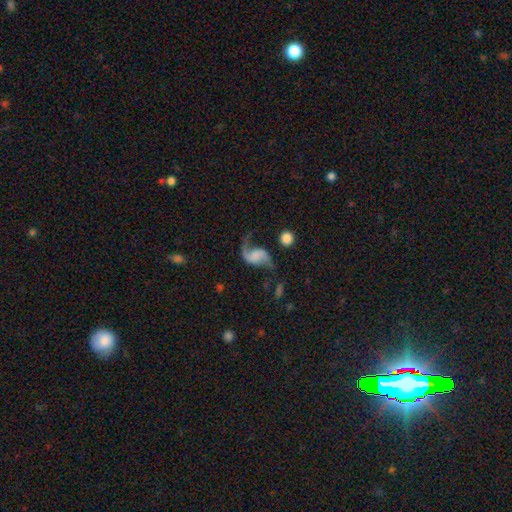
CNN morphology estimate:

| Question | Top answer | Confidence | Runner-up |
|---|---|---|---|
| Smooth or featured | featured or disk | 80% | smooth (12%) |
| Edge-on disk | no | 98% | yes (2%) |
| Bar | no | 55% | weak (34%) |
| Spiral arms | yes | 95% | no (5%) |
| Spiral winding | loose | 80% | medium (17%) |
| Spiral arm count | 2 | 82% | 1 (14%) |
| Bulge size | none | 57% | small (17%) |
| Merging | none | 54% | major disturbance (23%) |